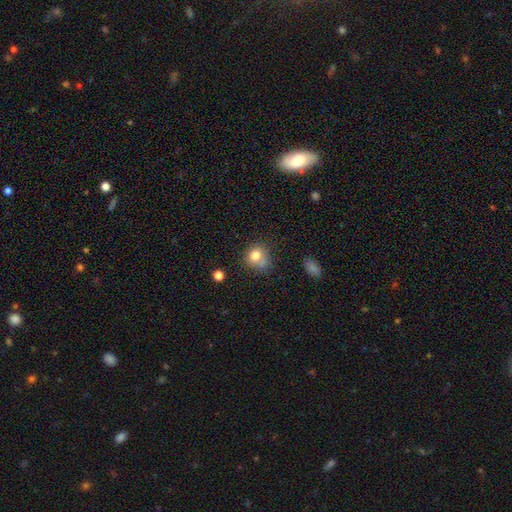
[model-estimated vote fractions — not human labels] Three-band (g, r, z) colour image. It shows a smooth galaxy with no disk features (79%) that is round (77%). Merging: none (54%).